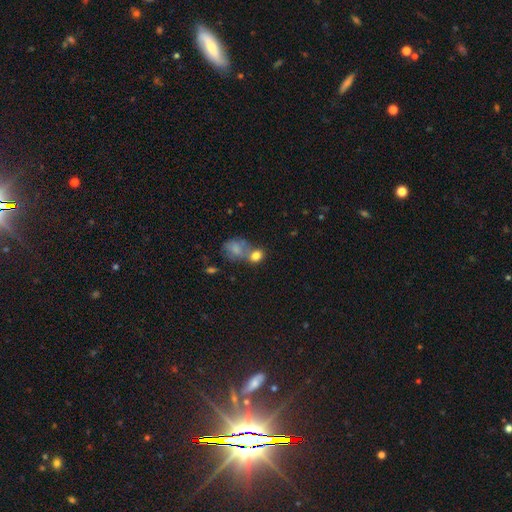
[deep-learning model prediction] Morphology: type=smooth (78%); roundness=round (57%); merging=merger (44%).